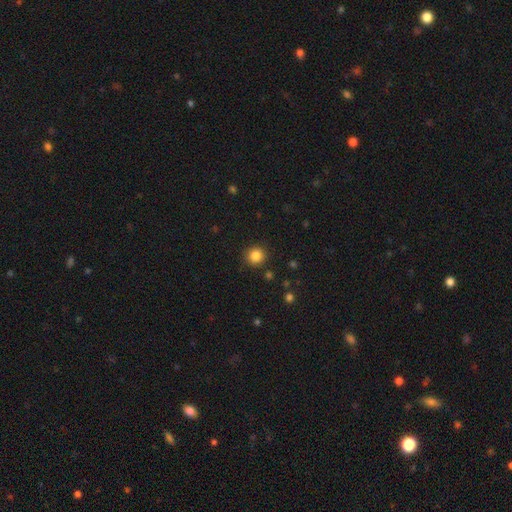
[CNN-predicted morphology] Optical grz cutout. It shows a smooth galaxy with no disk features (84%) that is round (93%). Merging: none (91%).